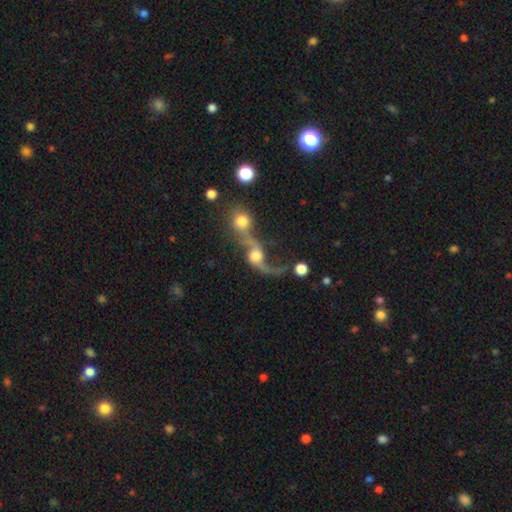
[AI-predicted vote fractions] This appears to be a featured or disk galaxy (68%) with no bar (66%), 2 (79%) loose (90%) spiral arms (86%) and a moderate central bulge (42%). Merging: merger (61%).